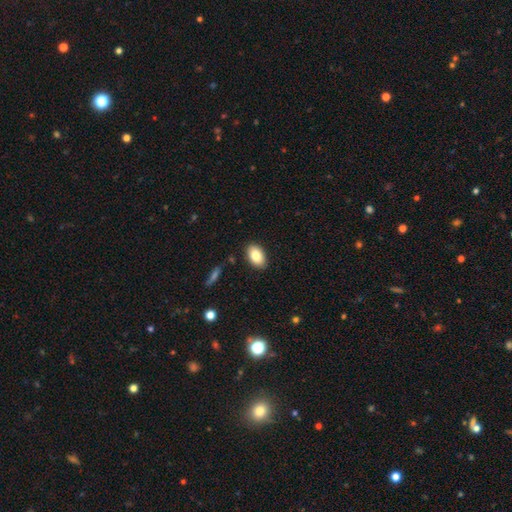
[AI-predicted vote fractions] smooth_or_featured: smooth (p=0.84) [alt: featured or disk p=0.08]
how_rounded: in between (p=0.92) [alt: round p=0.07]
merging: none (p=0.87) [alt: minor disturbance p=0.09]